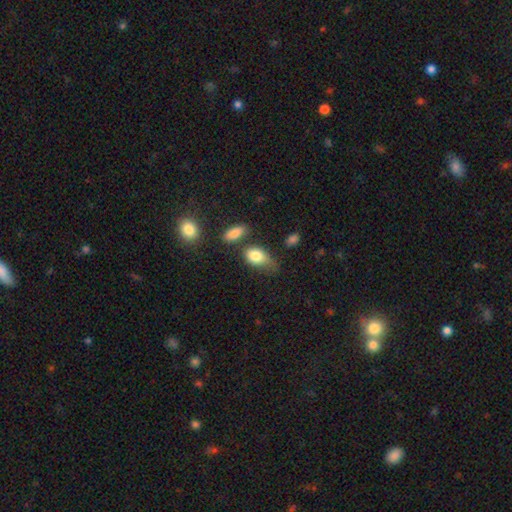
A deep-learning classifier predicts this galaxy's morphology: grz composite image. It shows a smooth galaxy with no disk features (83%) that is in between round and cigar-shaped (84%). Merging: none (40%).